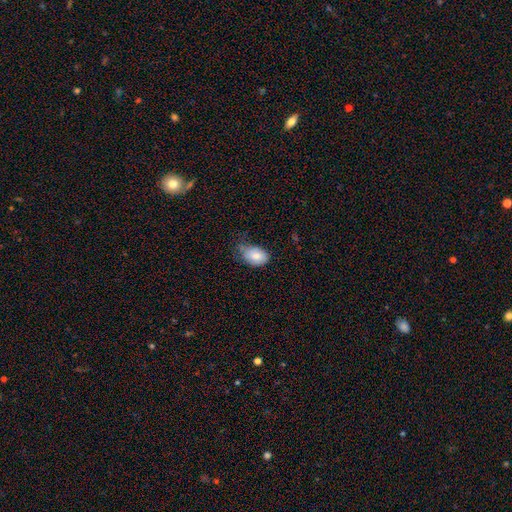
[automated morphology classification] smooth 81%, featured or disk 12%, star or artifact 7%. Down the decision tree: how rounded — in between (87%); merging — minor disturbance (46%).